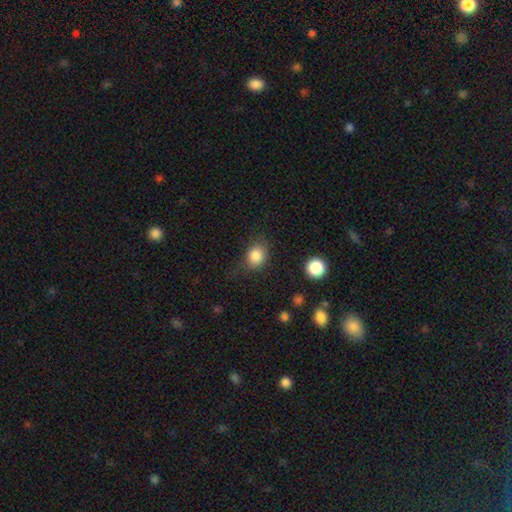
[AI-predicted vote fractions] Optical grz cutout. It shows a smooth galaxy with no disk features (84%) that is round (55%). Merging: none (68%).